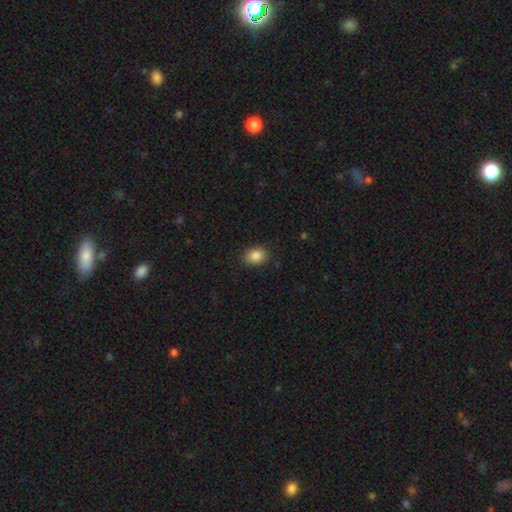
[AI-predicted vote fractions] Morphology: type=smooth (87%); roundness=in between (65%); merging=none (86%).